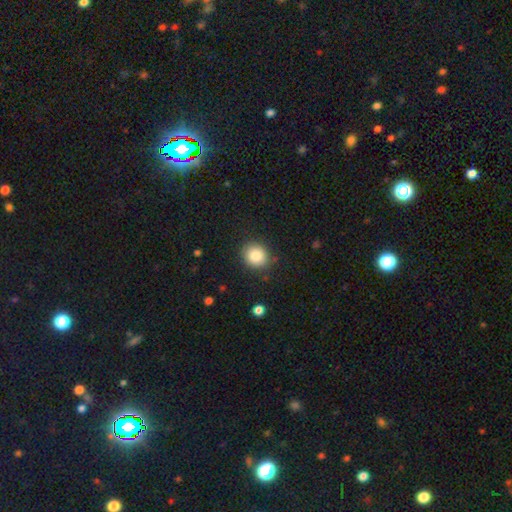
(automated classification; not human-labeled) Smooth or featured?
  - smooth: 85% *
  - star or artifact: 9%
  - featured or disk: 6%
How rounded?
  - round: 77% *
  - in between: 22%
  - cigar-shaped: 1%
Merging?
  - none: 88% *
  - minor disturbance: 8%
  - major disturbance: 3%
  - merger: 1%